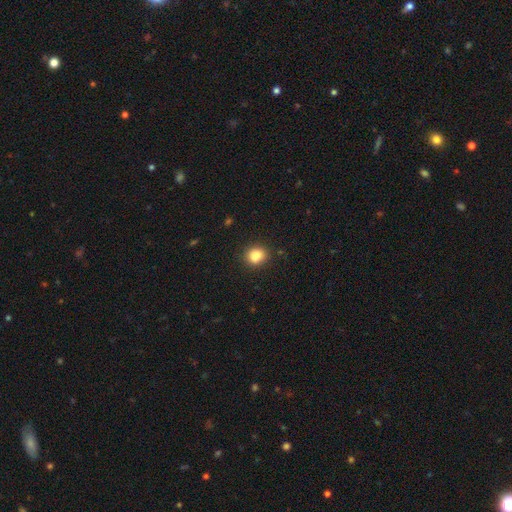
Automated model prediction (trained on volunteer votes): A smooth galaxy with no disk features (85%) that is round (70%).

Vote fractions:
- Smooth or featured? smooth: 85% / star or artifact: 10% / featured or disk: 5%
- How rounded? round: 70% / in between: 29% / cigar-shaped: 1%
- Merging? none: 87% / minor disturbance: 9% / major disturbance: 2% / merger: 1%